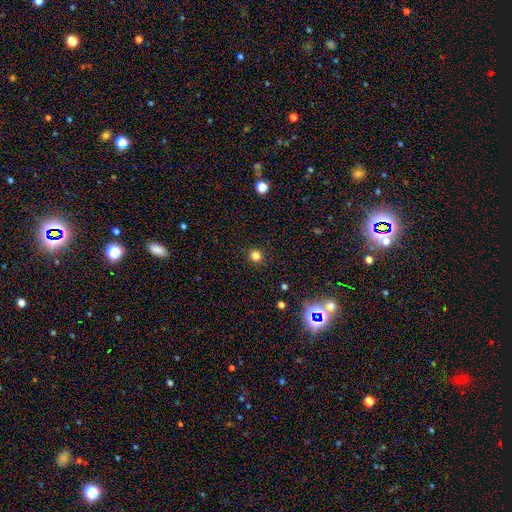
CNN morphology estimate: smooth_or_featured: smooth (p=0.81) [alt: star or artifact p=0.15]
how_rounded: round (p=0.94) [alt: in between p=0.05]
merging: none (p=0.92) [alt: minor disturbance p=0.05]